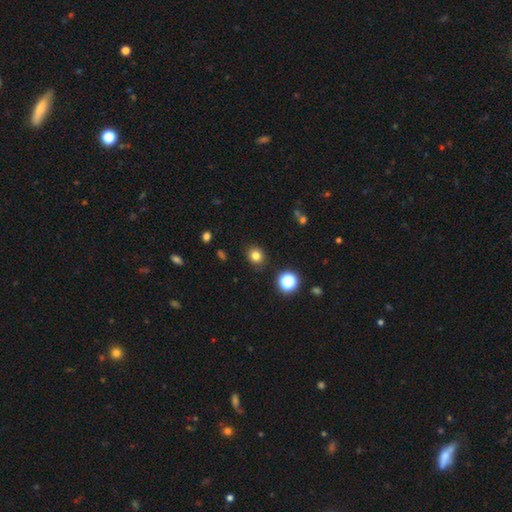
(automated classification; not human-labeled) smooth 80%, star or artifact 14%, featured or disk 6%. Down the decision tree: how rounded — round (80%); merging — none (88%).